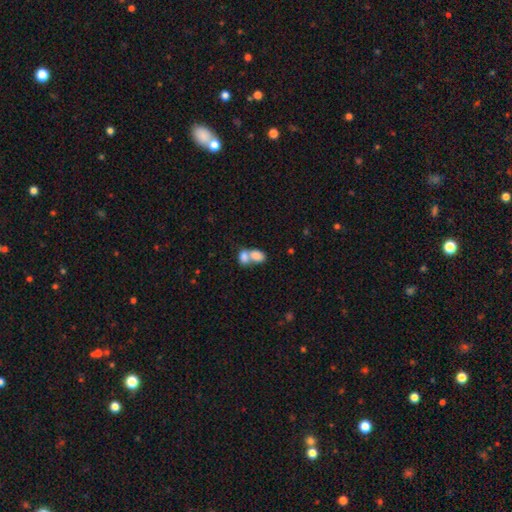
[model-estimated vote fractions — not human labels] A smooth galaxy with no disk features (80%) that is in between round and cigar-shaped (82%). Merging: merger (72%).